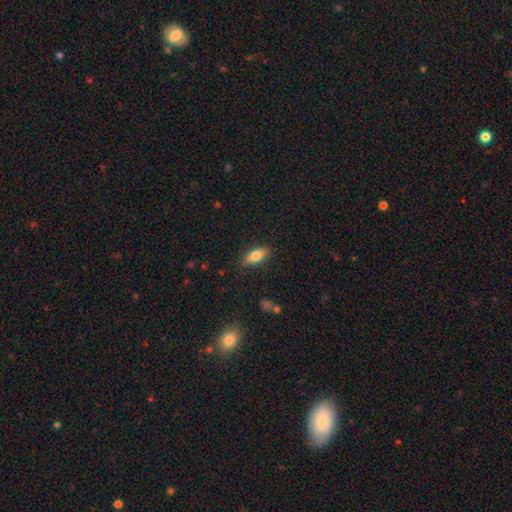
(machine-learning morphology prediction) Overall: smooth (81%). How rounded: in between (81%). Merging: none (85%).